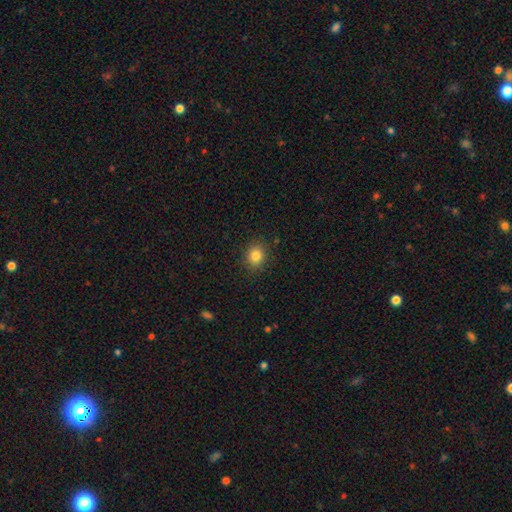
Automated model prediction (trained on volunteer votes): Smooth or featured?
  - smooth: 83% *
  - star or artifact: 11%
  - featured or disk: 6%
How rounded?
  - round: 66% *
  - in between: 33%
  - cigar-shaped: 1%
Merging?
  - none: 88% *
  - minor disturbance: 9%
  - major disturbance: 3%
  - merger: 1%